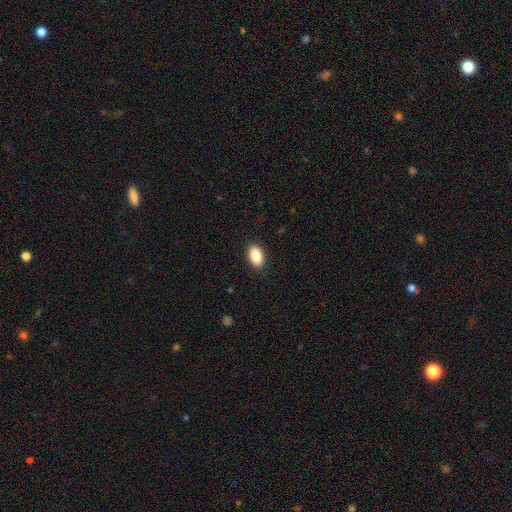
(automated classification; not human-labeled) Smooth or featured? Predicted: smooth (p=0.89). How rounded? Predicted: in between (p=0.93). Merging? Predicted: none (p=0.89).